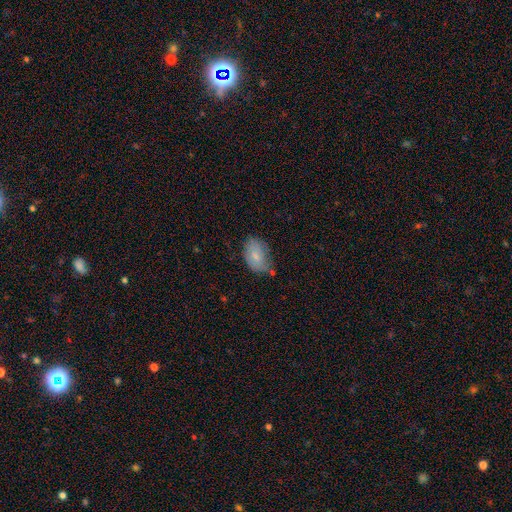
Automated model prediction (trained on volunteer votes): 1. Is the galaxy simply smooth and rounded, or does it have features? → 76% smooth, 17% featured or disk, 7% star or artifact.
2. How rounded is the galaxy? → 89% in between, 9% round, 2% cigar-shaped.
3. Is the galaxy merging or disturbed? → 59% none, 29% minor disturbance, 7% major disturbance, 5% merger.